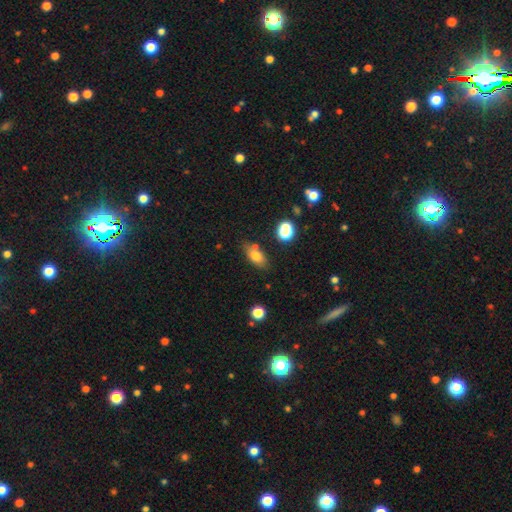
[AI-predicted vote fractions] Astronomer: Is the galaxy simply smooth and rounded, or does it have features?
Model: smooth — 76%.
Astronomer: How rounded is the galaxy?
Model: in between — 83%.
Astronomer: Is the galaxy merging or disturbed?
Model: none — 72%.